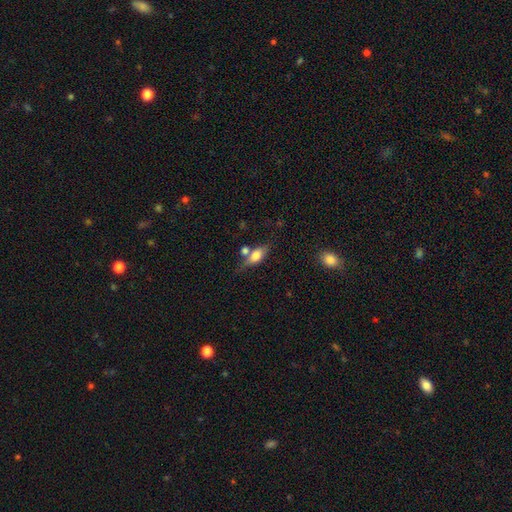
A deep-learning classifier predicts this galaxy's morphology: smooth 67%, featured or disk 25%, star or artifact 8%. Down the decision tree: how rounded — in between (75%); merging — none (53%).